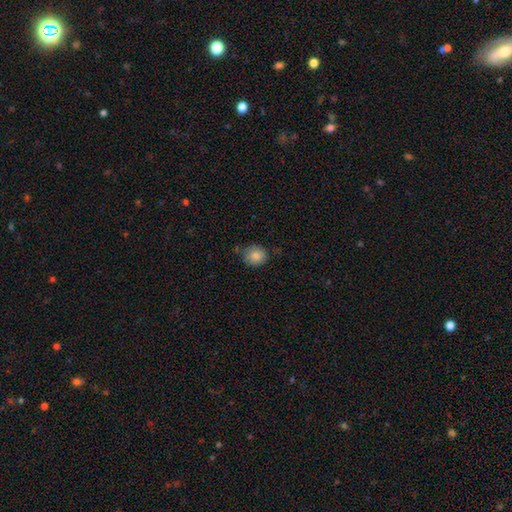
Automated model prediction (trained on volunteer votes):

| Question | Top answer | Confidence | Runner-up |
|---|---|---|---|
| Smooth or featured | smooth | 85% | star or artifact (9%) |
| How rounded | round | 72% | in between (27%) |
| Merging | none | 73% | minor disturbance (20%) |